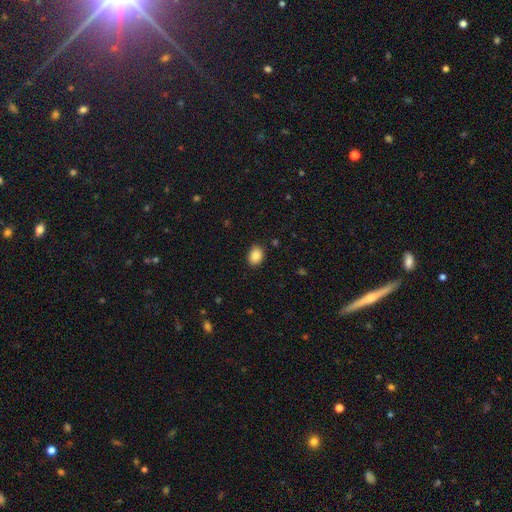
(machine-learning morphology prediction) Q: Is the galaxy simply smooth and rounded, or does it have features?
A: smooth — 88%.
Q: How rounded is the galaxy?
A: in between — 72%.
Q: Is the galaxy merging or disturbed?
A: none — 87%.